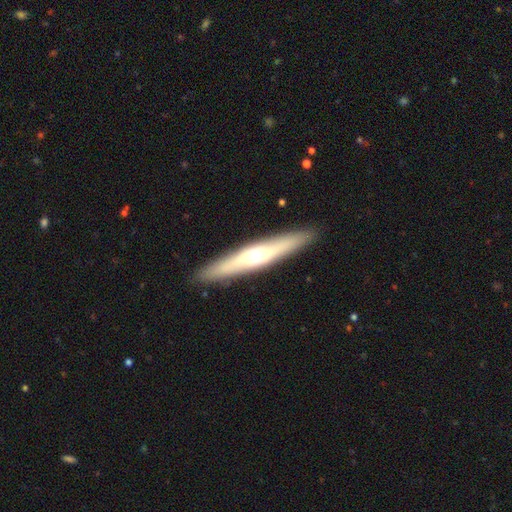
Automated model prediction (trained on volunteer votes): Overall: featured or disk (60%; smooth 34%). Edge-on disk: yes (88%). Edge-on bulge: rounded (85%). Merging: none (91%).